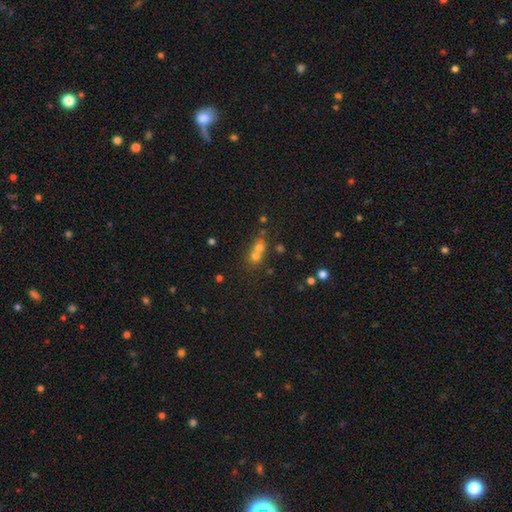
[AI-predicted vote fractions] smooth 64%, star or artifact 19%, featured or disk 17%. Down the decision tree: how rounded — round (76%); merging — merger (62%).